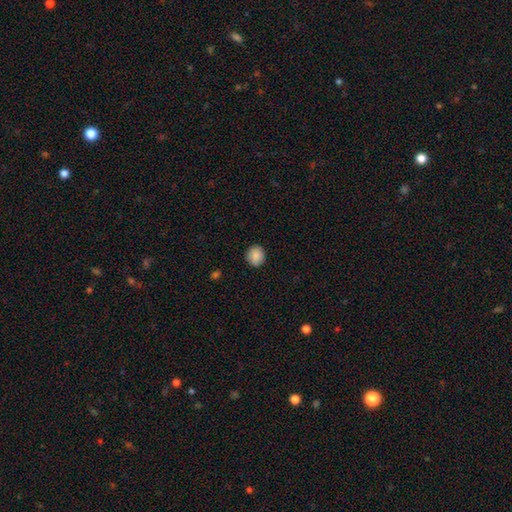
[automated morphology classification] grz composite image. It shows a smooth galaxy with no disk features (88%) that is round (80%). Merging: none (87%).